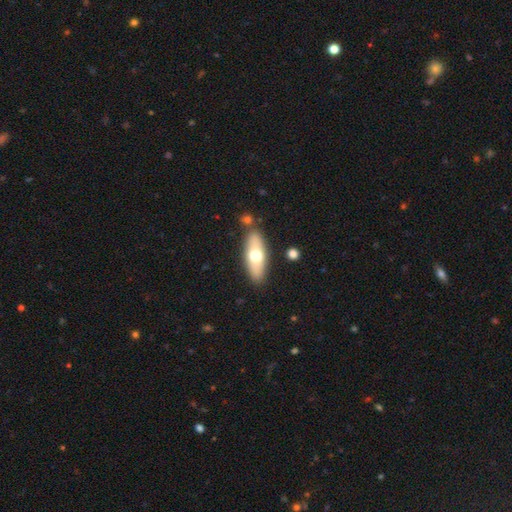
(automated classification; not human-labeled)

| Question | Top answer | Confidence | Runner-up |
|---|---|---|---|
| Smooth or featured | smooth | 59% | featured or disk (35%) |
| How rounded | in between | 64% | cigar-shaped (33%) |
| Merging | none | 83% | minor disturbance (10%) |